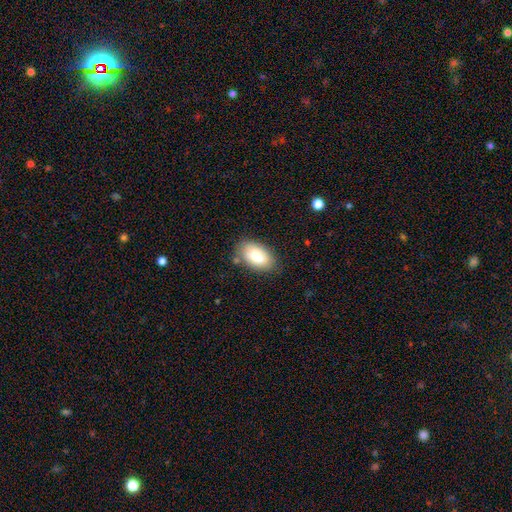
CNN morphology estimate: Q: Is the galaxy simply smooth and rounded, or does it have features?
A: smooth — 78%.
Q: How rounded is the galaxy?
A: in between — 93%.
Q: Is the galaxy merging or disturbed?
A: none — 78%.